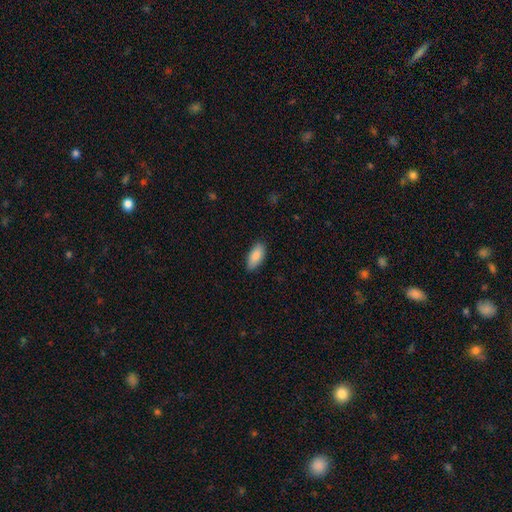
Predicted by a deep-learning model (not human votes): The model was most divided on "merging": none: 86%, minor disturbance: 12%, major disturbance: 2%, merger: 1%. More confident: how rounded — in between (89%); smooth or featured — smooth (87%).